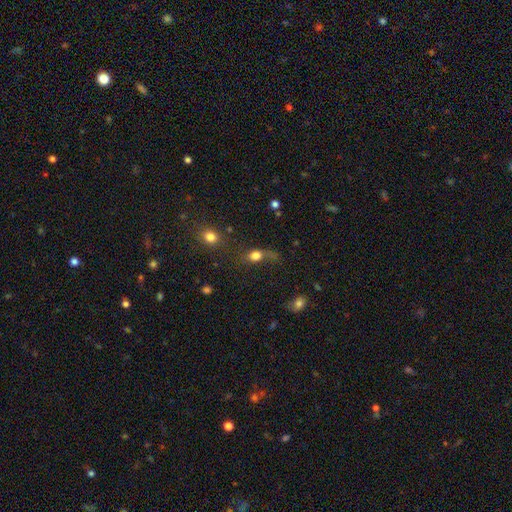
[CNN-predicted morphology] smooth 76%, star or artifact 13%, featured or disk 11%. Down the decision tree: how rounded — in between (51%); merging — none (42%).